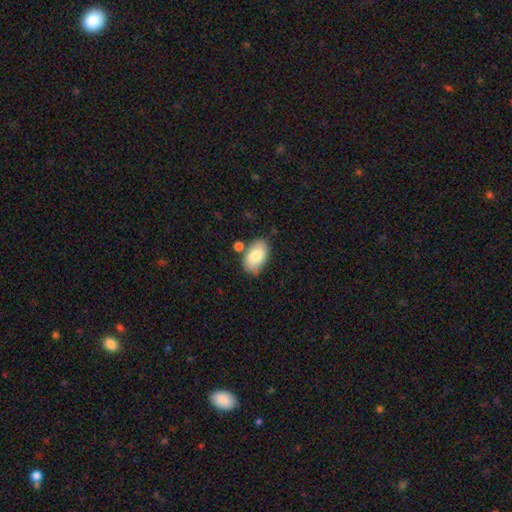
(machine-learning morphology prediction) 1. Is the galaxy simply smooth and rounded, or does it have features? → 77% smooth, 16% featured or disk, 7% star or artifact.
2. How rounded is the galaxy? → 92% in between, 7% round, 1% cigar-shaped.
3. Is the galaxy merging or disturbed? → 71% none, 17% minor disturbance, 9% merger, 4% major disturbance.